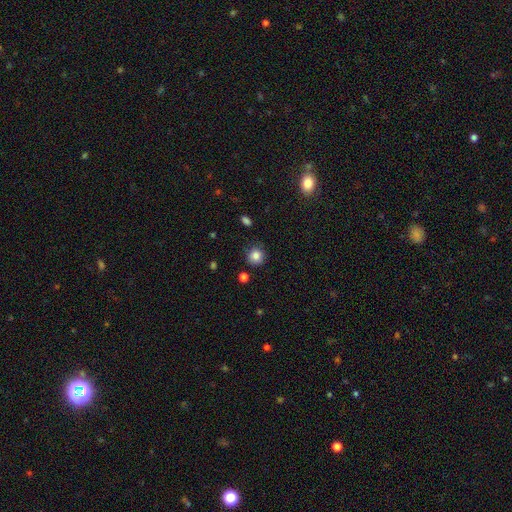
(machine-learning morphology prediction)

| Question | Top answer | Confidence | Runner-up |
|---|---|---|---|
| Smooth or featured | smooth | 84% | star or artifact (10%) |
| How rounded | round | 90% | in between (9%) |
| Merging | none | 83% | minor disturbance (12%) |